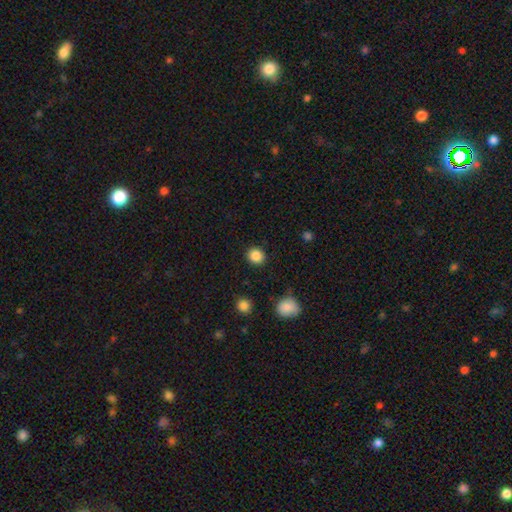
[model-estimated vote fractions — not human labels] Overall: smooth (87%). How rounded: round (84%). Merging: none (90%).